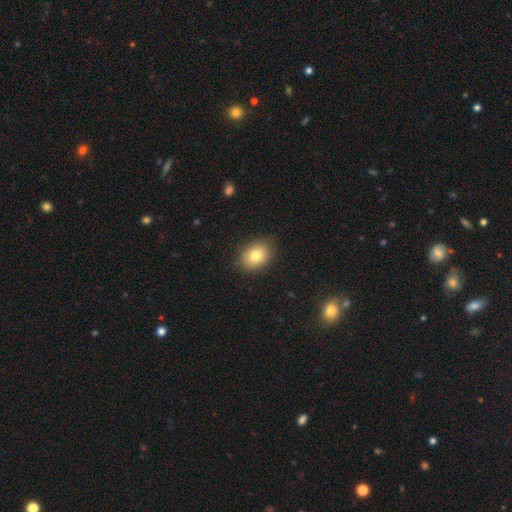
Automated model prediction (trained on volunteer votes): Smooth or featured?
  - smooth: 80% *
  - featured or disk: 11%
  - star or artifact: 9%
How rounded?
  - in between: 62% *
  - round: 37%
  - cigar-shaped: 1%
Merging?
  - none: 85% *
  - minor disturbance: 11%
  - major disturbance: 3%
  - merger: 1%